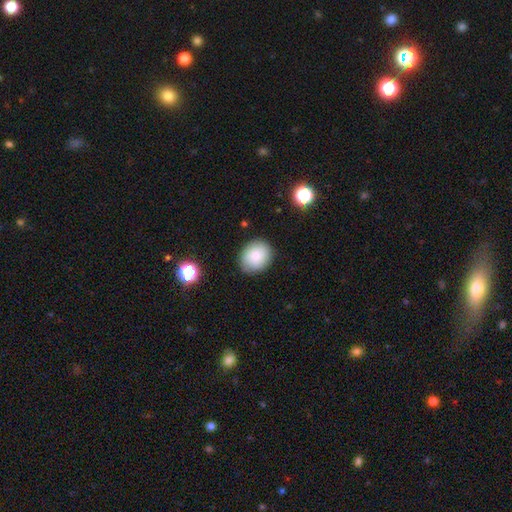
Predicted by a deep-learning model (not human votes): A smooth galaxy with no disk features (80%) that is round (65%).

Vote fractions:
- Smooth or featured? smooth: 80% / featured or disk: 12% / star or artifact: 9%
- How rounded? round: 65% / in between: 34% / cigar-shaped: 1%
- Merging? none: 83% / minor disturbance: 13% / major disturbance: 3% / merger: 1%